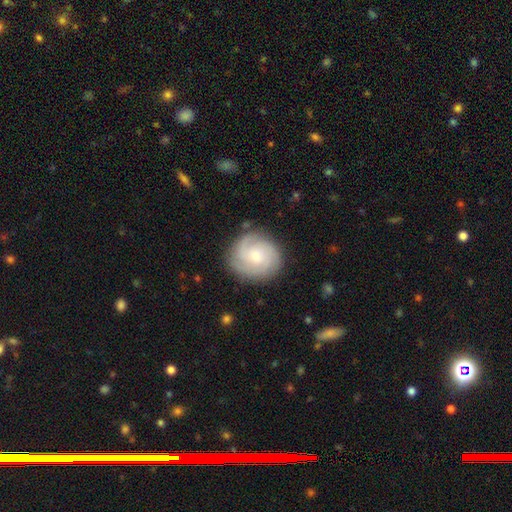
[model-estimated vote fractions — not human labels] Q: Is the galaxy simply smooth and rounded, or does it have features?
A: featured or disk — 74%.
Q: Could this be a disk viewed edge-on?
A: no — 98%.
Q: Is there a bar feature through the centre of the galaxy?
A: no — 71%.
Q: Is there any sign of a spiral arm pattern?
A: yes — 95%.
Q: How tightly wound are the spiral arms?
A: tight — 62%.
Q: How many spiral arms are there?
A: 3 — 36%.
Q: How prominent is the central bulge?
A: small — 67%.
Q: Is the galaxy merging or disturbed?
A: none — 82%.